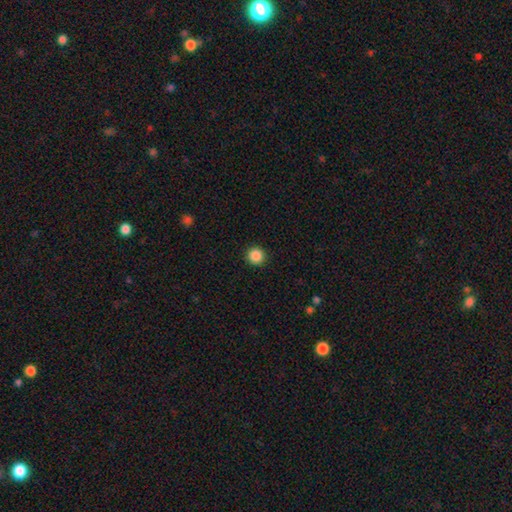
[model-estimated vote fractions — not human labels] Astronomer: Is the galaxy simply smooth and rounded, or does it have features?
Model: smooth — 87%.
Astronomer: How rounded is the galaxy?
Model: round — 96%.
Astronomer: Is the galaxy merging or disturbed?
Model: none — 93%.